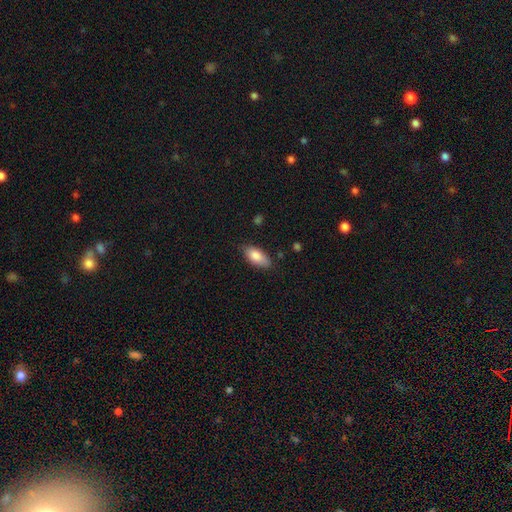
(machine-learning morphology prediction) The model was most divided on "merging": none: 76%, minor disturbance: 19%, major disturbance: 3%, merger: 2%. More confident: how rounded — in between (88%); smooth or featured — smooth (83%).